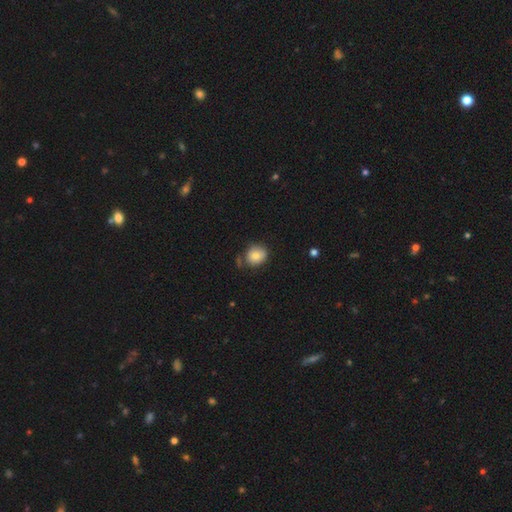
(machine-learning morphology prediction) The model was most divided on "how rounded": round: 73%, in between: 26%, cigar-shaped: 1%. More confident: smooth or featured — smooth (80%); merging — none (70%).